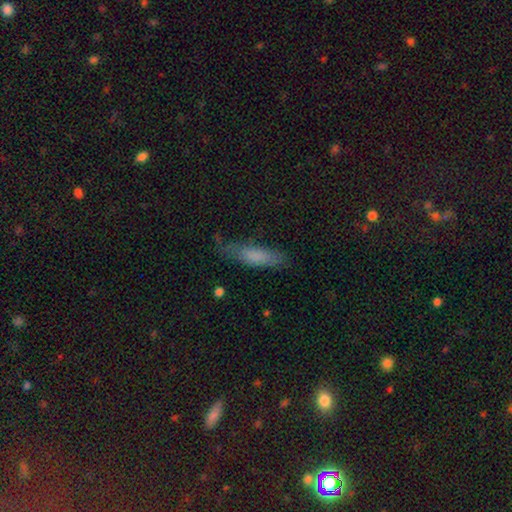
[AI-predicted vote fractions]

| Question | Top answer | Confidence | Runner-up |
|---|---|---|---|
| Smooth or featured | smooth | 76% | featured or disk (17%) |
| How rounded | cigar-shaped | 65% | in between (33%) |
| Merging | none | 66% | minor disturbance (24%) |